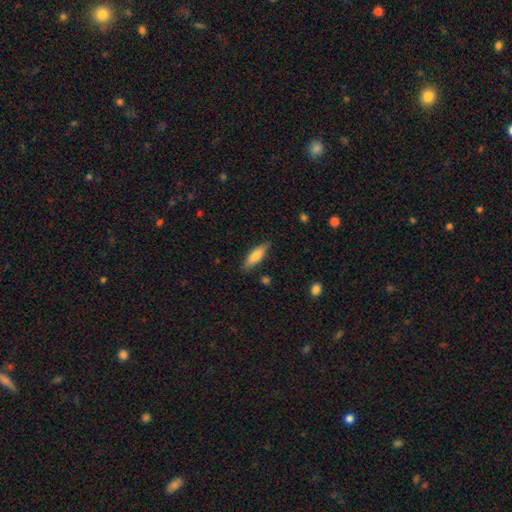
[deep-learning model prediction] smooth-or-featured: smooth: 77% | featured or disk: 17% | star or artifact: 6%
  how-rounded: cigar-shaped: 58% | in between: 40% | round: 2%
  merging: none: 85% | minor disturbance: 11% | major disturbance: 2% | merger: 2%